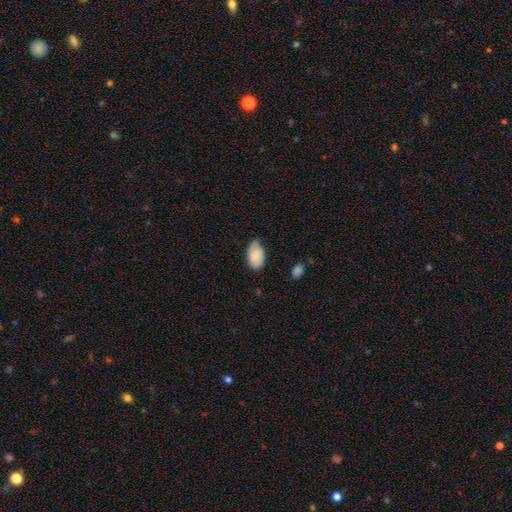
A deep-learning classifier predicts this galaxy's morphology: Smooth or featured?
  - smooth: 82% *
  - featured or disk: 12%
  - star or artifact: 7%
How rounded?
  - in between: 93% *
  - round: 6%
  - cigar-shaped: 1%
Merging?
  - none: 58% *
  - minor disturbance: 35%
  - major disturbance: 5%
  - merger: 2%